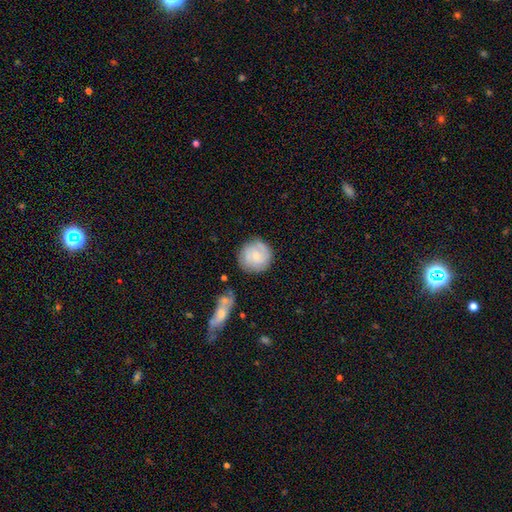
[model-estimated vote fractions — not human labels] The model was most divided on "smooth or featured": smooth: 56%, featured or disk: 38%, star or artifact: 7%. More confident: how rounded — round (92%); merging — none (78%).